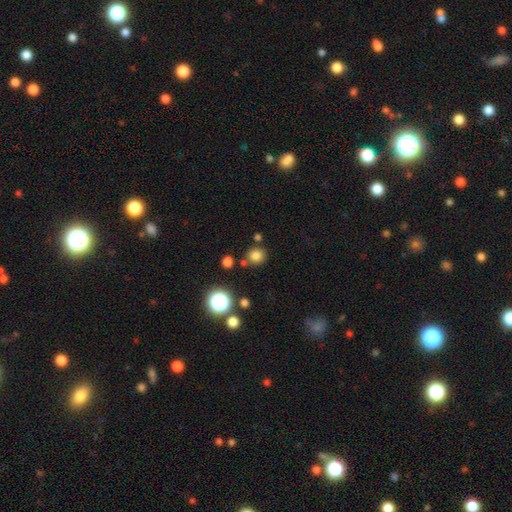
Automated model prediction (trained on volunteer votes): Q: Smooth or featured?
A: smooth (78%); runner-up: star or artifact (16%)
Q: How rounded?
A: round (82%); runner-up: in between (17%)
Q: Merging?
A: none (77%); runner-up: minor disturbance (11%)